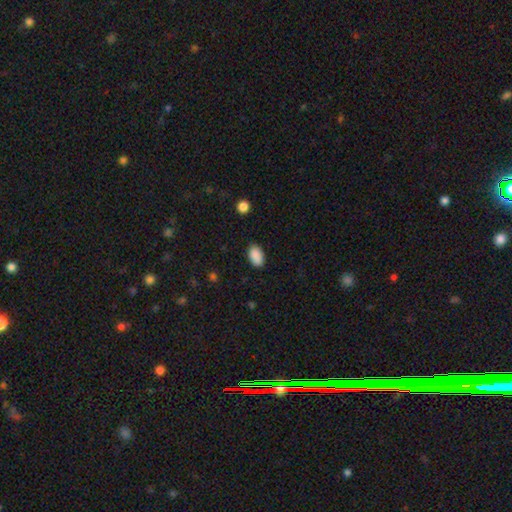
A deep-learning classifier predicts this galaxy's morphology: Smooth or featured? Predicted: smooth (p=0.90). How rounded? Predicted: in between (p=0.93). Merging? Predicted: none (p=0.86).